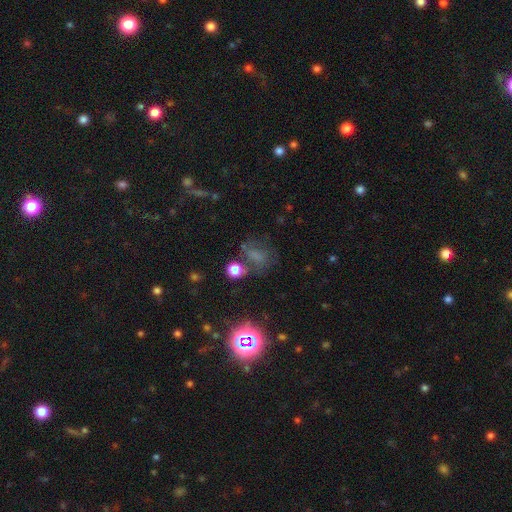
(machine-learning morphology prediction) smooth_or_featured: smooth (p=0.47) [alt: star or artifact p=0.33]
merging: none (p=0.51) [alt: minor disturbance p=0.21]